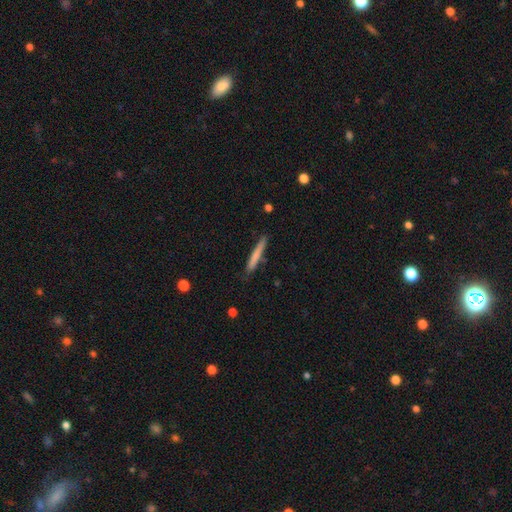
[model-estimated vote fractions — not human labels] This appears to be a smooth galaxy with no disk features (71%) that is cigar-shaped (96%). Merging: none (83%).